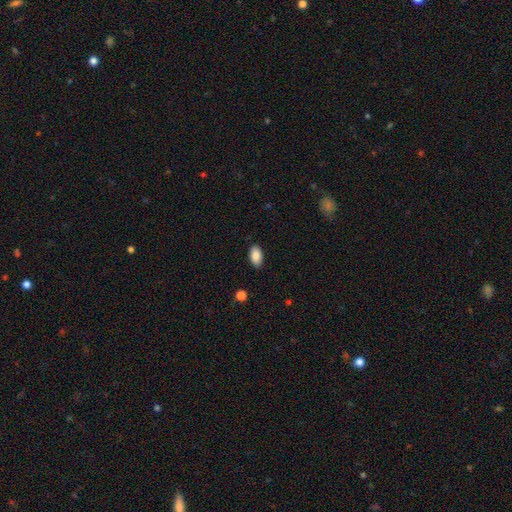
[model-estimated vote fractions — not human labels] Overall: smooth (86%). How rounded: in between (94%). Merging: none (87%).